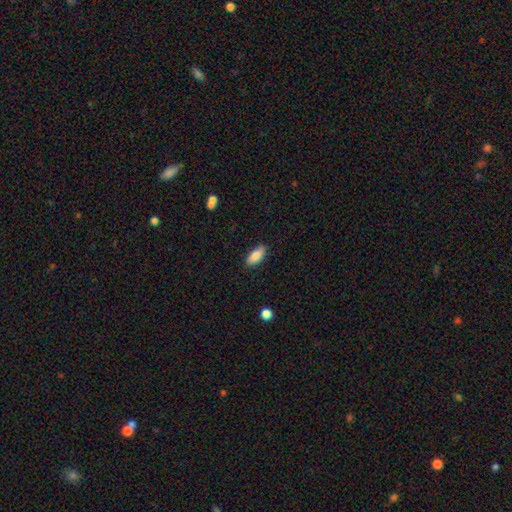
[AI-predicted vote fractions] Q: Smooth or featured?
A: smooth (86%); runner-up: featured or disk (8%)
Q: How rounded?
A: in between (85%); runner-up: cigar-shaped (12%)
Q: Merging?
A: none (84%); runner-up: minor disturbance (12%)